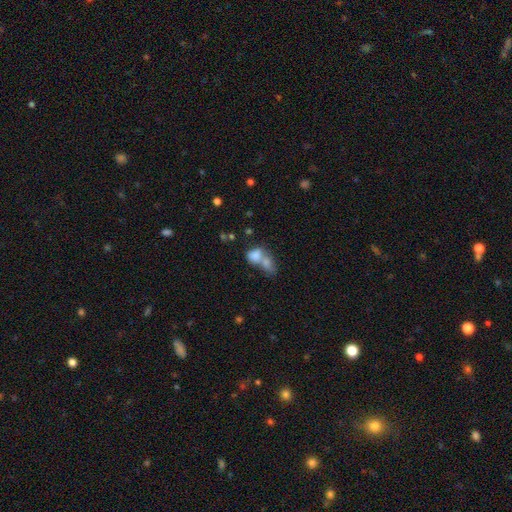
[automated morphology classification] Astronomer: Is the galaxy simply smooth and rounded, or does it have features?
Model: smooth — 76%.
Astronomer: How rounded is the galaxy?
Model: in between — 71%.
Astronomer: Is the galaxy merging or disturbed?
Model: merger — 71%.